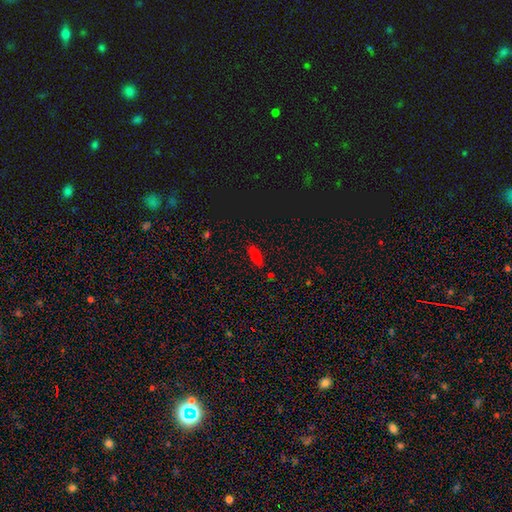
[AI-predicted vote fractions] Q: Smooth or featured?
A: smooth (68%); runner-up: star or artifact (19%)
Q: How rounded?
A: in between (73%); runner-up: cigar-shaped (23%)
Q: Merging?
A: none (83%); runner-up: minor disturbance (12%)